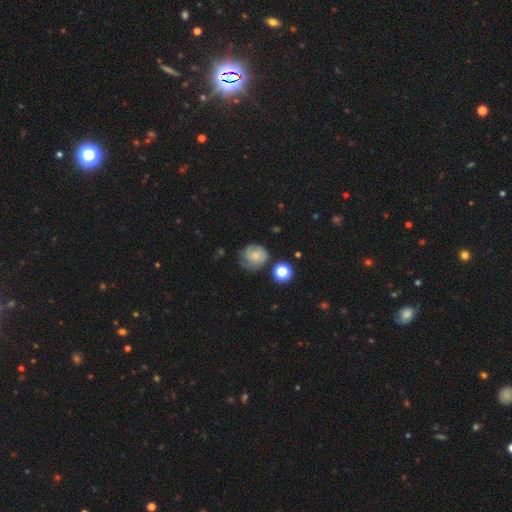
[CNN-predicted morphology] smooth_or_featured: smooth (p=0.49) [alt: featured or disk p=0.41]
merging: none (p=0.53) [alt: minor disturbance p=0.29]